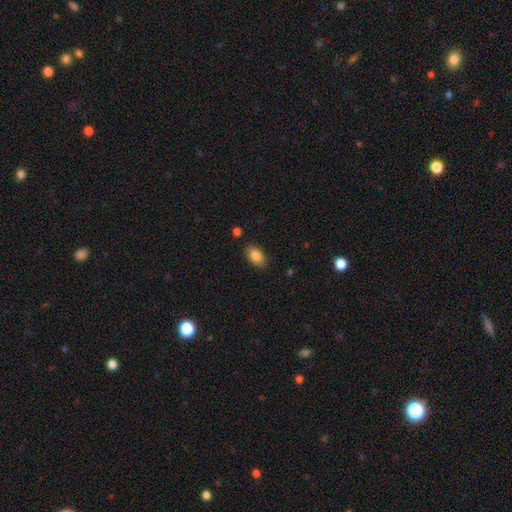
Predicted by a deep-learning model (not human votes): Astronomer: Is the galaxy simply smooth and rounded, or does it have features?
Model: smooth — 86%.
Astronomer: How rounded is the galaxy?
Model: in between — 91%.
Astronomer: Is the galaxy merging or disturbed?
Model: none — 86%.